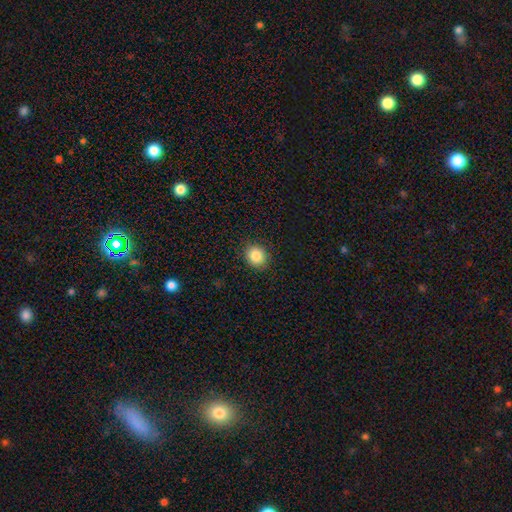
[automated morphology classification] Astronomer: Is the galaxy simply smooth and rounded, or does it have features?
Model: smooth — 85%.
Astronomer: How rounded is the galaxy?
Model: round — 72%.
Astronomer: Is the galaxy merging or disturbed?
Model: none — 89%.